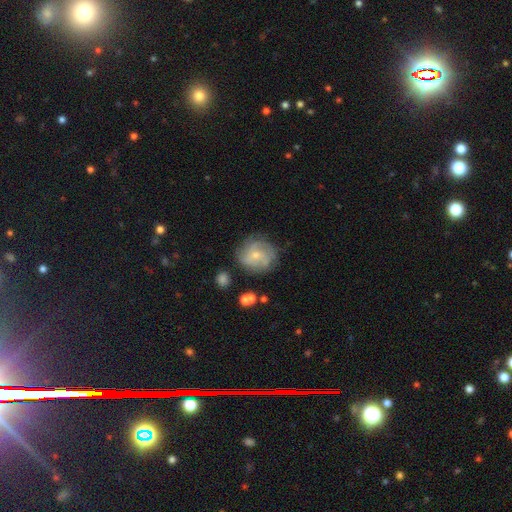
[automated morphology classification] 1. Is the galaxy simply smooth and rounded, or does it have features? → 62% featured or disk, 30% smooth, 8% star or artifact.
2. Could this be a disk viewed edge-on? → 97% no, 3% yes.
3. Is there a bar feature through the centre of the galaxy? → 65% no, 31% weak, 4% strong.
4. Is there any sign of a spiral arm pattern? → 82% yes, 18% no.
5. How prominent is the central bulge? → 65% small, 29% moderate, 3% none, 2% large, 1% dominant.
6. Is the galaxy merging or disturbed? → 68% none, 20% minor disturbance, 9% major disturbance, 3% merger.